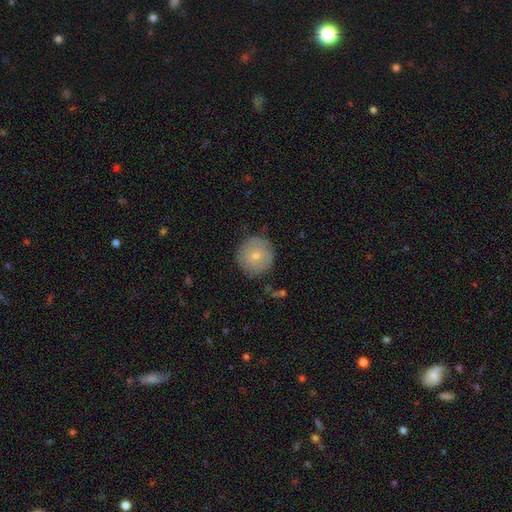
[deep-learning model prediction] The model was most divided on "smooth or featured": smooth: 68%, featured or disk: 25%, star or artifact: 7%. More confident: how rounded — round (95%); merging — none (83%).